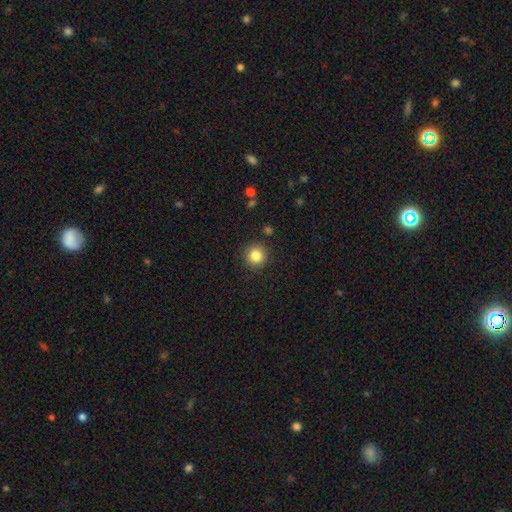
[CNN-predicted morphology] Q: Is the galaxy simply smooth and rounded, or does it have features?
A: smooth — 83%.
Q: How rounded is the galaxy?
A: round — 94%.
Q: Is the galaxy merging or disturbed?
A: none — 90%.